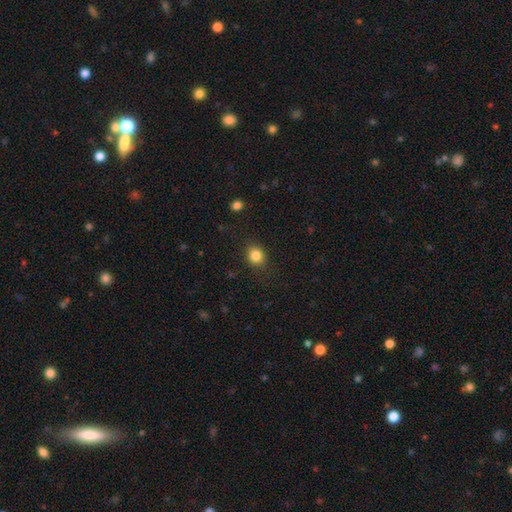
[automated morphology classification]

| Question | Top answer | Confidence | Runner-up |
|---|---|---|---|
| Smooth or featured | smooth | 84% | star or artifact (11%) |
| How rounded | round | 70% | in between (29%) |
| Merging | none | 85% | minor disturbance (11%) |